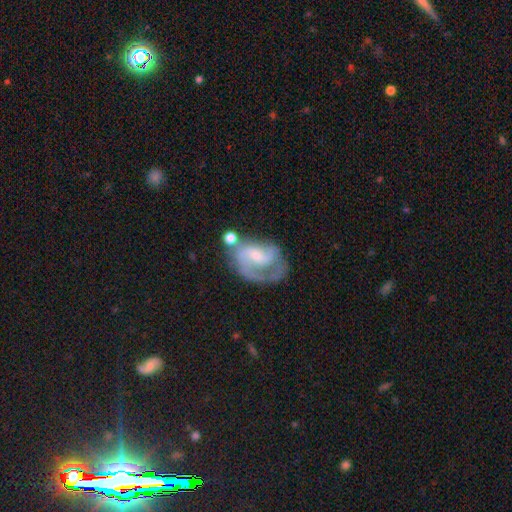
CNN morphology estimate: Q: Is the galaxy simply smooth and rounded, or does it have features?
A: featured or disk — 77%.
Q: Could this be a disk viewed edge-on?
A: no — 97%.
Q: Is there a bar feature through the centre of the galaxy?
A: weak — 44%.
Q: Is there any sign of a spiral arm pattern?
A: yes — 88%.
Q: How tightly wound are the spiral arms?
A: medium — 45%.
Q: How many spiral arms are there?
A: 2 — 47%.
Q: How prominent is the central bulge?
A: small — 61%.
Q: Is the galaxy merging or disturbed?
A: none — 42%.